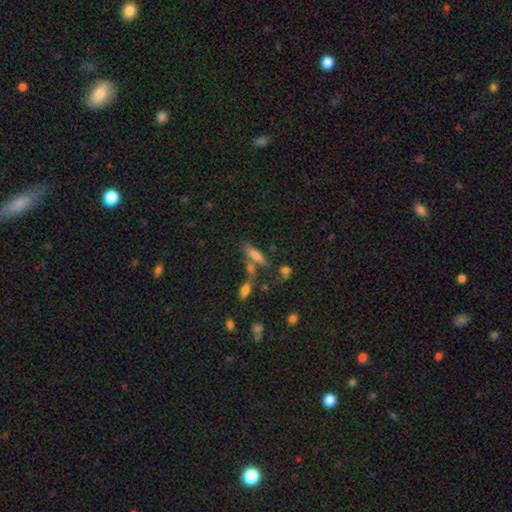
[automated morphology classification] Q: Smooth or featured?
A: smooth (67%); runner-up: featured or disk (22%)
Q: How rounded?
A: cigar-shaped (62%); runner-up: in between (35%)
Q: Merging?
A: none (52%); runner-up: merger (29%)